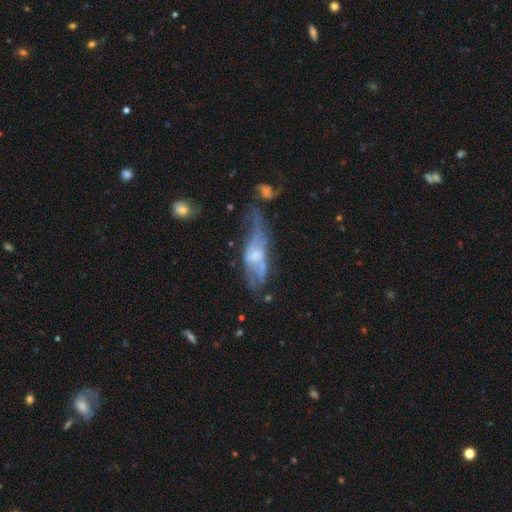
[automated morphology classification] This appears to be a featured or disk galaxy (61%). Merging: major disturbance (38%).